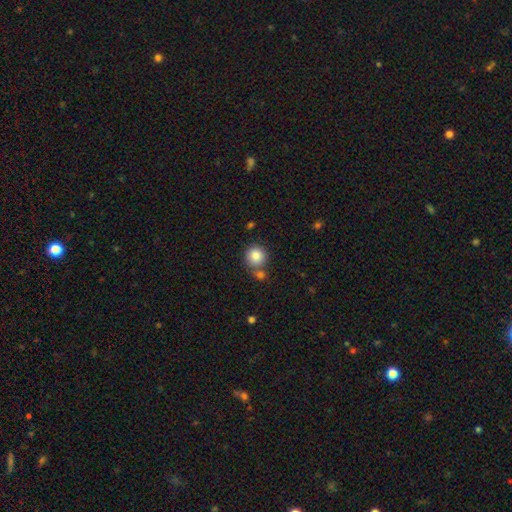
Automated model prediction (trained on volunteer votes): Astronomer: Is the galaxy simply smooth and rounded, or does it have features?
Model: smooth — 84%.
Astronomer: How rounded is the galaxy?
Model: round — 92%.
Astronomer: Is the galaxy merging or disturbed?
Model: none — 66%.